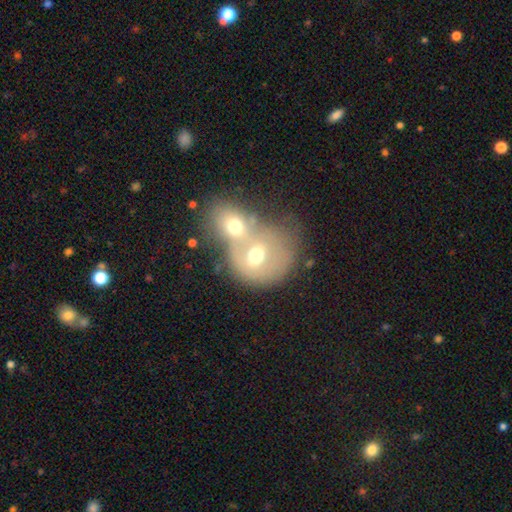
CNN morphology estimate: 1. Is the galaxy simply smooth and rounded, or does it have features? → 52% smooth, 37% featured or disk, 11% star or artifact.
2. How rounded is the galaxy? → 67% round, 32% in between, 1% cigar-shaped.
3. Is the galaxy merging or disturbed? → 75% merger, 14% none, 6% minor disturbance, 5% major disturbance.